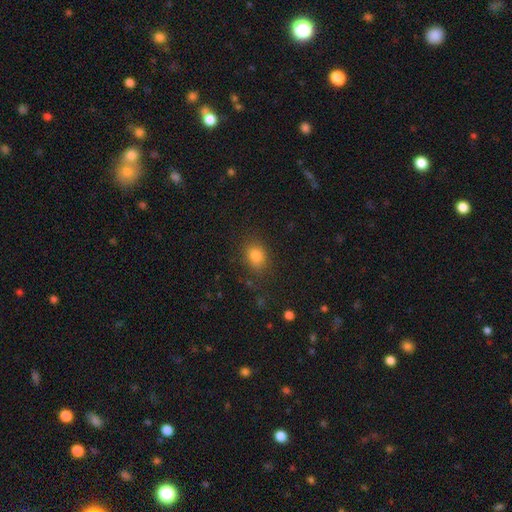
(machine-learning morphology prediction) Smooth or featured? Predicted: smooth (p=0.82). How rounded? Predicted: in between (p=0.54). Merging? Predicted: none (p=0.80).